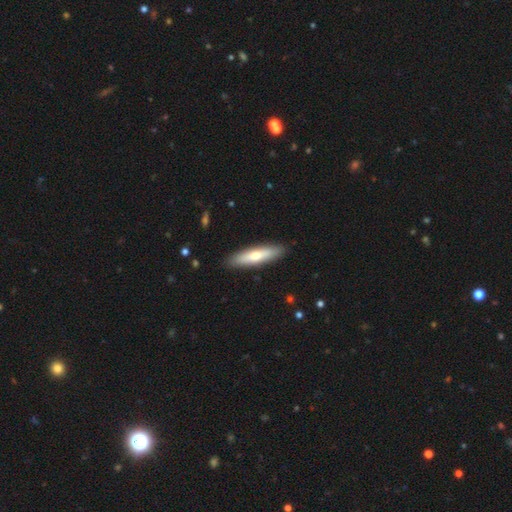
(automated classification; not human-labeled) smooth-or-featured: smooth: 59% | featured or disk: 35% | star or artifact: 5%
  how-rounded: cigar-shaped: 76% | in between: 22% | round: 2%
  merging: none: 90% | minor disturbance: 7% | major disturbance: 2% | merger: 1%